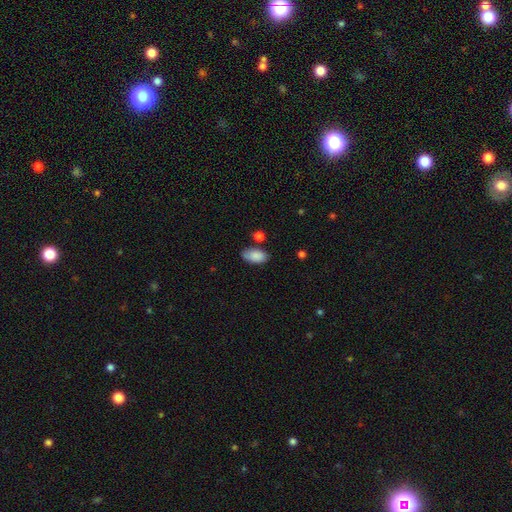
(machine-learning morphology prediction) type=smooth (87%); roundness=in between (93%); merging=none (74%).